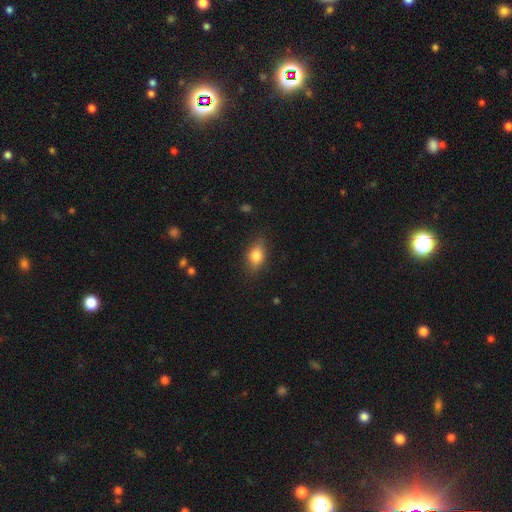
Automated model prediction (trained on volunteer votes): smooth-or-featured: smooth: 75% | featured or disk: 16% | star or artifact: 8%
  how-rounded: in between: 80% | round: 14% | cigar-shaped: 6%
  merging: none: 82% | minor disturbance: 14% | major disturbance: 3% | merger: 1%